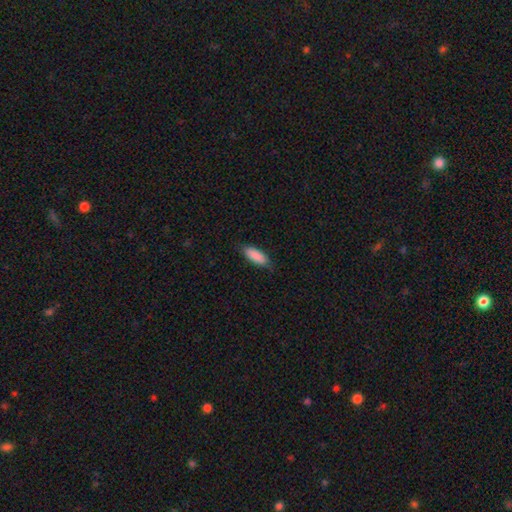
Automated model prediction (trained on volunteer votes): This is clearly a smooth galaxy (89%). How rounded: likely in between (69%). Merging: clearly none (83%).